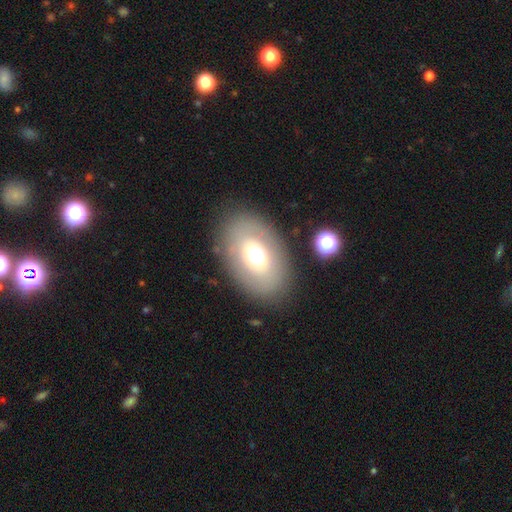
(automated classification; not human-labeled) Smooth or featured?
  - smooth: 62% *
  - featured or disk: 27%
  - star or artifact: 11%
How rounded?
  - in between: 78% *
  - round: 21%
  - cigar-shaped: 1%
Merging?
  - none: 82% *
  - minor disturbance: 10%
  - major disturbance: 6%
  - merger: 2%